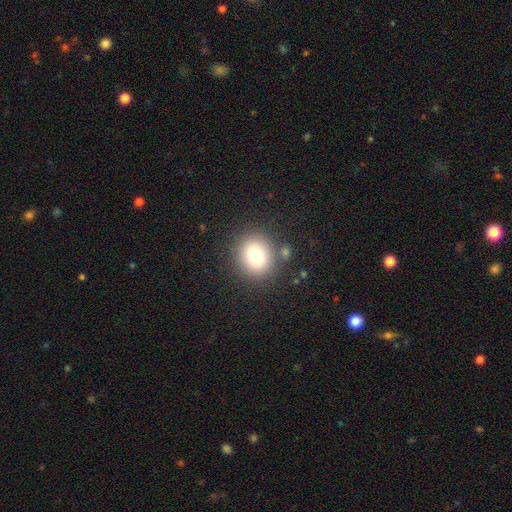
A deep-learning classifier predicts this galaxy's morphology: type=smooth (77%); roundness=round (76%); merging=none (83%).